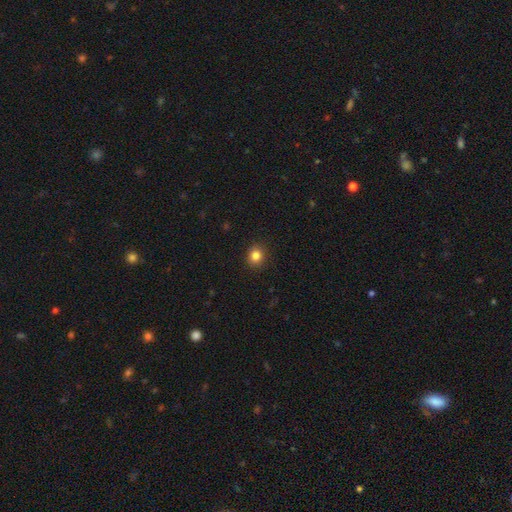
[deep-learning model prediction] Q: Smooth or featured?
A: smooth (84%); runner-up: star or artifact (11%)
Q: How rounded?
A: round (81%); runner-up: in between (18%)
Q: Merging?
A: none (90%); runner-up: minor disturbance (7%)